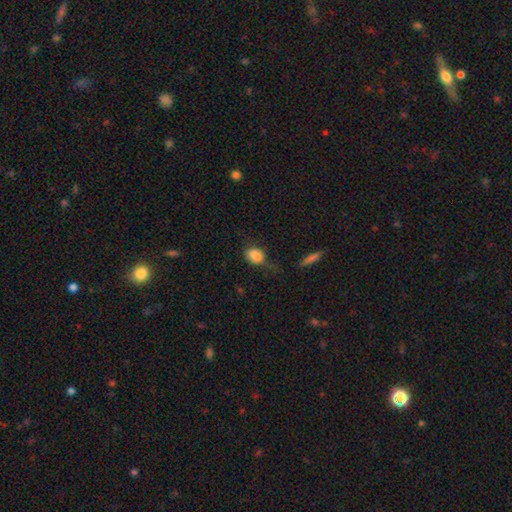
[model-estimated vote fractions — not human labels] This is clearly a smooth galaxy (82%). How rounded: likely in between (70%). Merging: marginally none (39%).